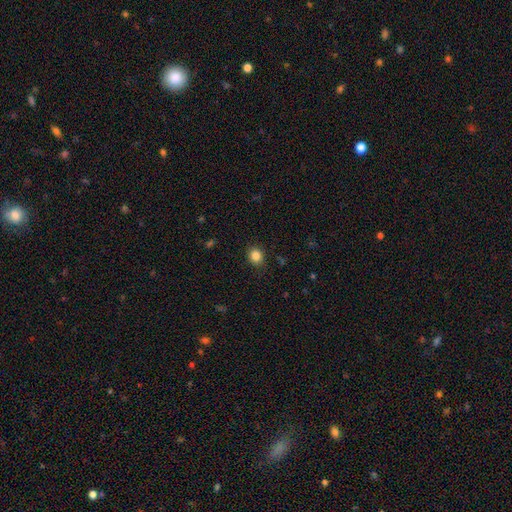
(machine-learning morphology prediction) The model was most divided on "how rounded": round: 67%, in between: 32%, cigar-shaped: 1%. More confident: merging — none (88%); smooth or featured — smooth (85%).